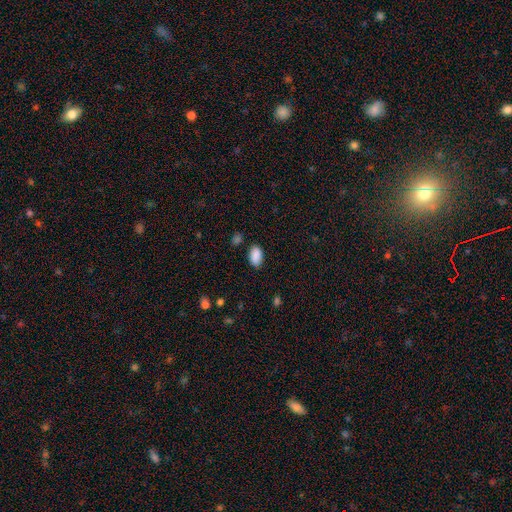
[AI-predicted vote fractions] Smooth or featured? smooth (89%)
How rounded? in between (93%)
Merging? none (83%)